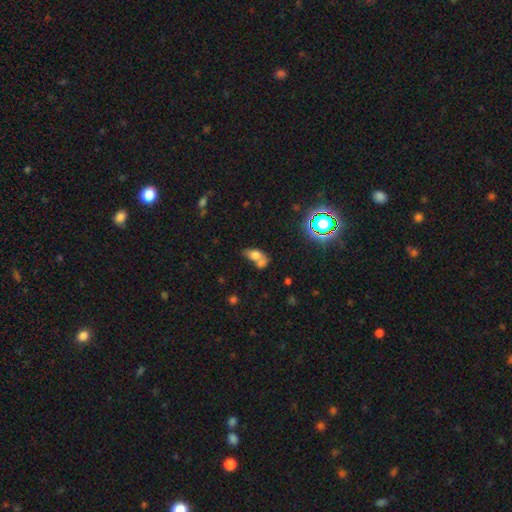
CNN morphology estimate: Overall: smooth (66%). How rounded: in between (80%). Merging: merger (62%; none 23%).